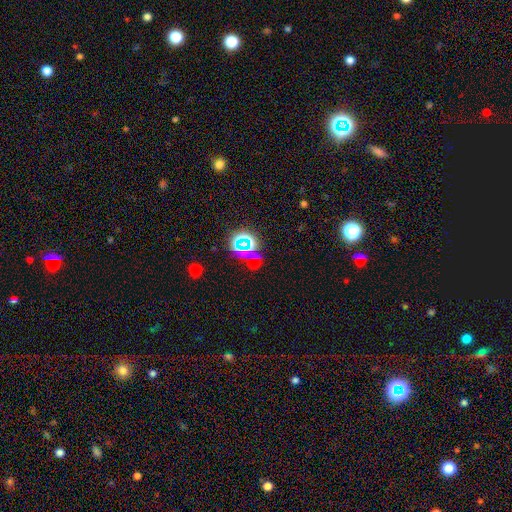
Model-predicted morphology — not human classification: A star or artifact, not a galaxy (62%).